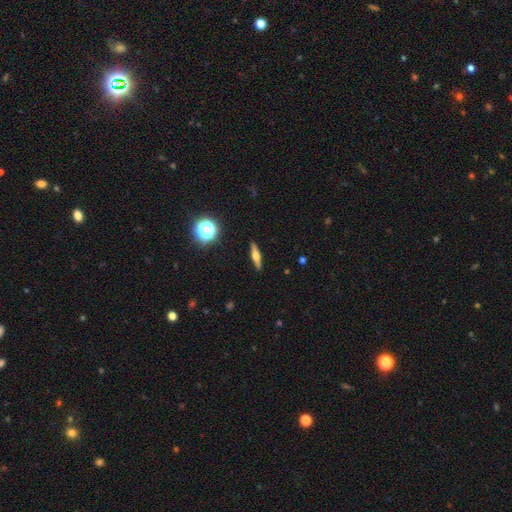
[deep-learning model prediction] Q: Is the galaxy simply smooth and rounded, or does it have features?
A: featured or disk — 56%.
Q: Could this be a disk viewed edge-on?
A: yes — 94%.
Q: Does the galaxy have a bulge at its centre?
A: rounded — 91%.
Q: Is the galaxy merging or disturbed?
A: none — 91%.